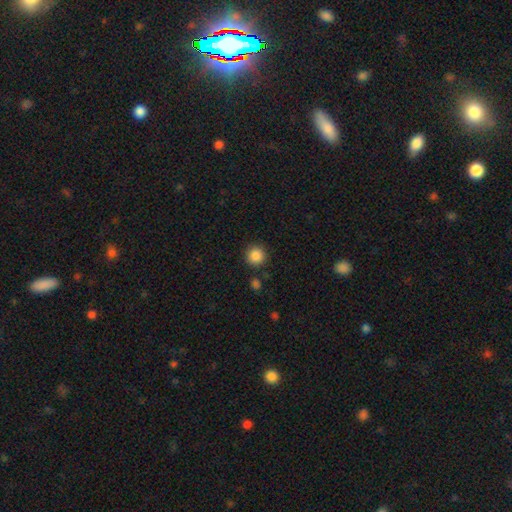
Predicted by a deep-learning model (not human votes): This appears to be a smooth galaxy with no disk features (87%) that is round (95%). Merging: none (89%).